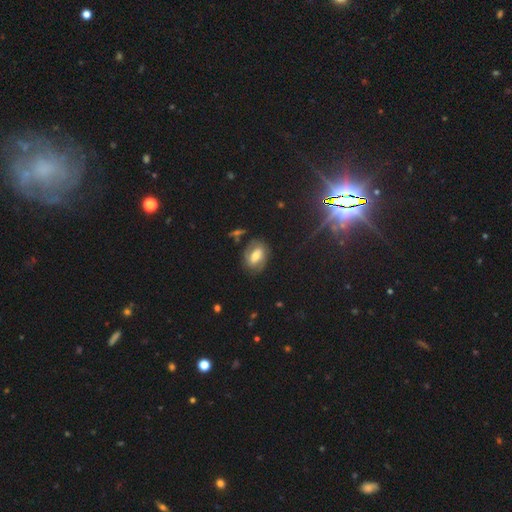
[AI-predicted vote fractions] Smooth or featured: featured or disk — 54% (smooth — 35%)
Edge-on disk: no — 94% (yes — 6%)
Bar: weak — 42% (strong — 31%)
Spiral arms: yes — 73% (no — 27%)
Bulge size: moderate — 62% (small — 20%)
Merging: none — 71% (minor disturbance — 18%)